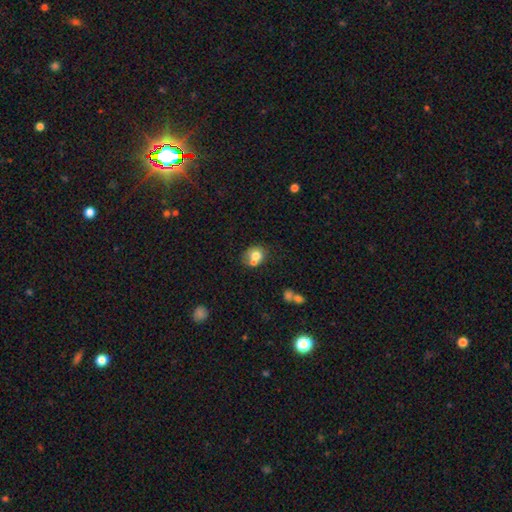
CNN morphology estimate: Smooth or featured? smooth (72%)
How rounded? round (66%)
Merging? merger (48%)